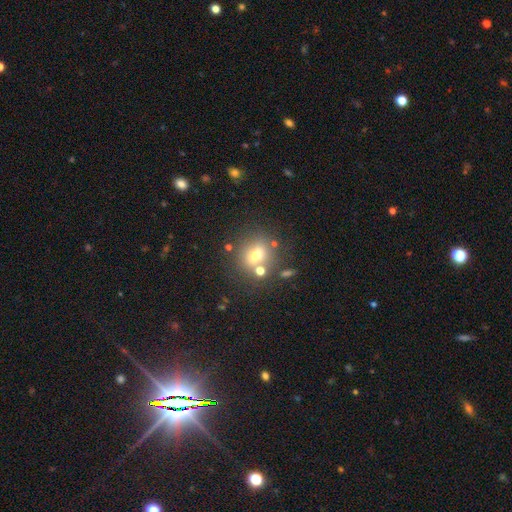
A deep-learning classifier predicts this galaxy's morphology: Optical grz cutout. It shows a smooth galaxy with no disk features (65%) that is round (67%). Merging: none (67%).